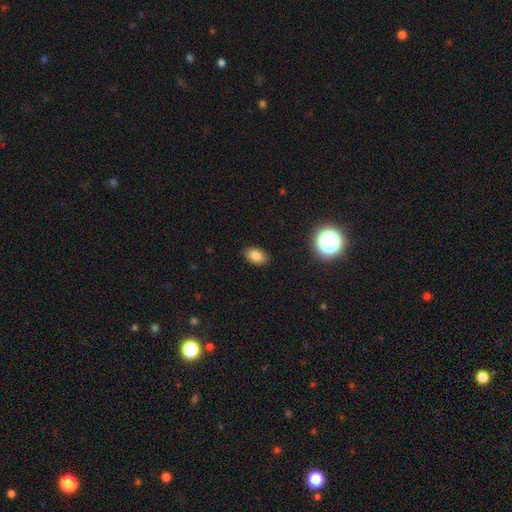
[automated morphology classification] type=smooth (82%); roundness=in between (88%); merging=none (87%).